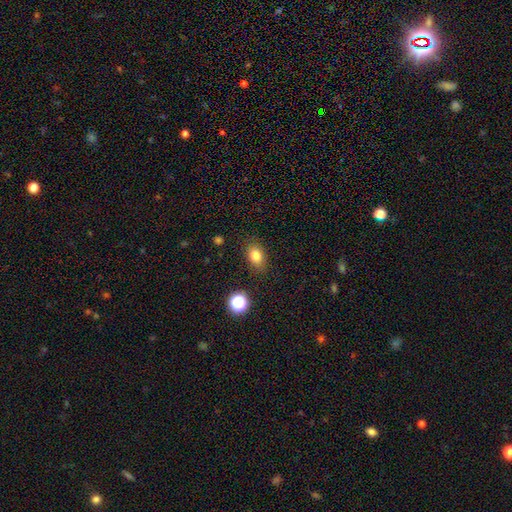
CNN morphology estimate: Smooth or featured: smooth — 80% (star or artifact — 11%)
How rounded: in between — 77% (round — 21%)
Merging: none — 84% (minor disturbance — 11%)